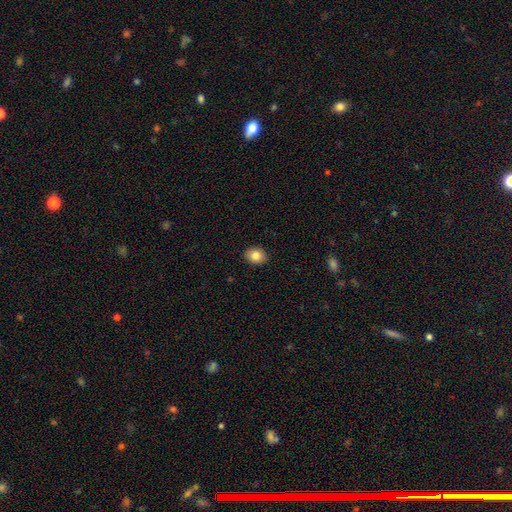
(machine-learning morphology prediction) Smooth or featured: smooth — 82% (featured or disk — 9%)
How rounded: in between — 57% (round — 42%)
Merging: none — 90% (minor disturbance — 7%)